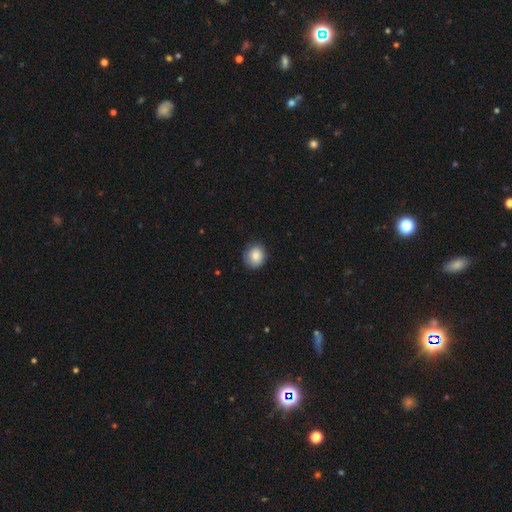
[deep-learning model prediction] Overall: smooth (86%). How rounded: round (78%). Merging: none (83%).